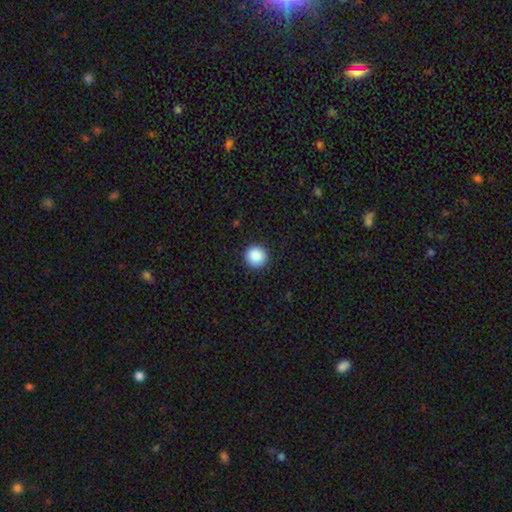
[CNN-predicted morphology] smooth-or-featured: smooth: 89% | star or artifact: 9% | featured or disk: 3%
  how-rounded: round: 95% | in between: 4% | cigar-shaped: 1%
  merging: none: 93% | minor disturbance: 5% | major disturbance: 2% | merger: 1%